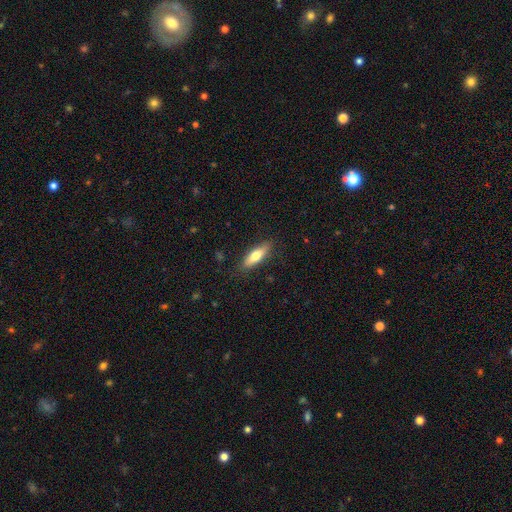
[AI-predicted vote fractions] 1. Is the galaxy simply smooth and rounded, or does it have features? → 66% smooth, 28% featured or disk, 6% star or artifact.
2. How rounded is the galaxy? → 50% cigar-shaped, 48% in between, 2% round.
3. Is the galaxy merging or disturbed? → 86% none, 11% minor disturbance, 2% major disturbance, 1% merger.